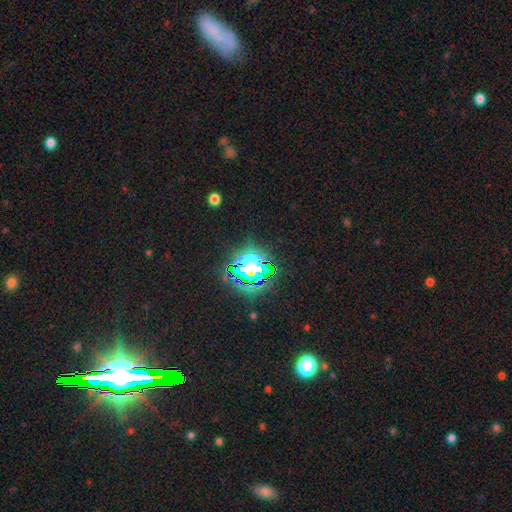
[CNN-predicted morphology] A star or artifact, not a galaxy (70%).

Vote fractions:
- Smooth or featured? star or artifact: 70% / smooth: 19% / featured or disk: 11%